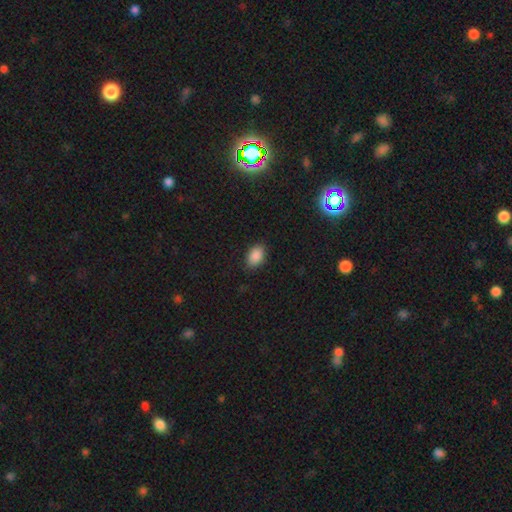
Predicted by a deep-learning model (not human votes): Overall: smooth (87%). How rounded: in between (86%). Merging: none (84%).